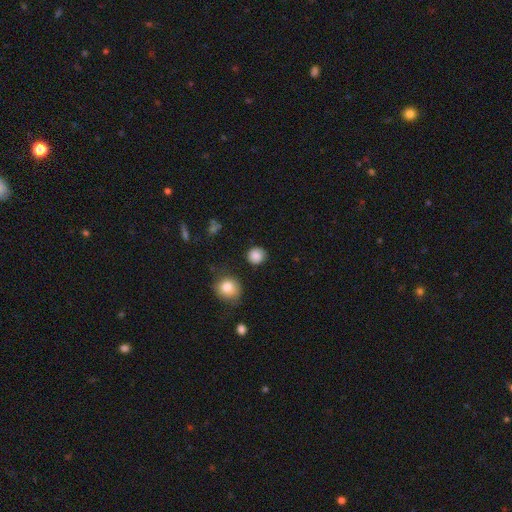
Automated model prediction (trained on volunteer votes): Morphology: type=smooth (86%); roundness=round (91%); merging=none (87%).